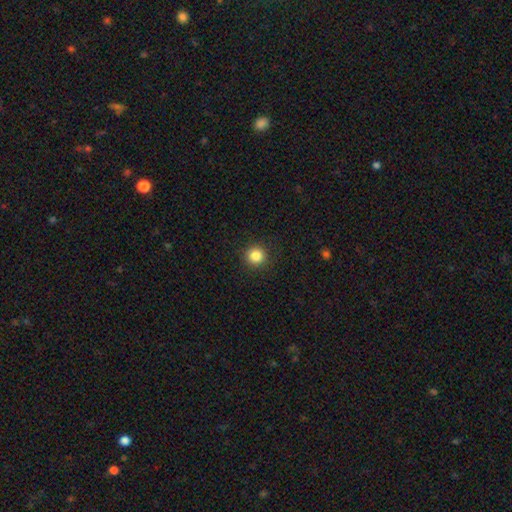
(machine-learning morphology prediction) Overall: smooth (85%). How rounded: round (94%). Merging: none (92%).